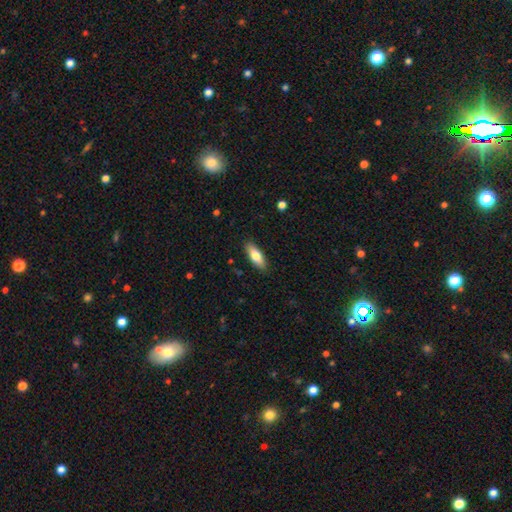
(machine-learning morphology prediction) Smooth or featured: smooth — 76% (featured or disk — 18%)
How rounded: in between — 67% (cigar-shaped — 31%)
Merging: none — 88% (minor disturbance — 9%)